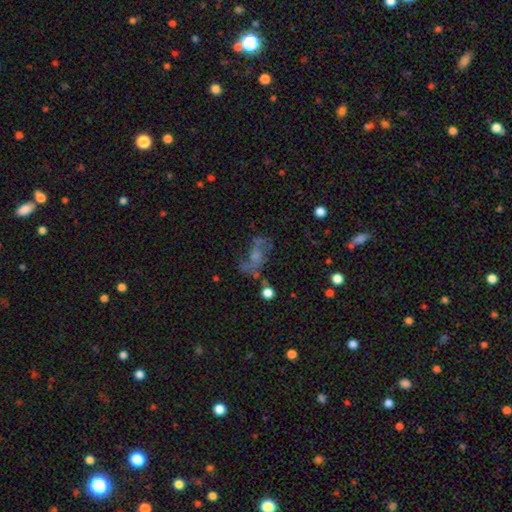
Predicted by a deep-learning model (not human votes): Morphology: type=featured or disk (57%); edge-on=no (94%); bar=no (68%); spiral arms=yes (65%); bulge=moderate (33%, tied with small); merging=none (49%).